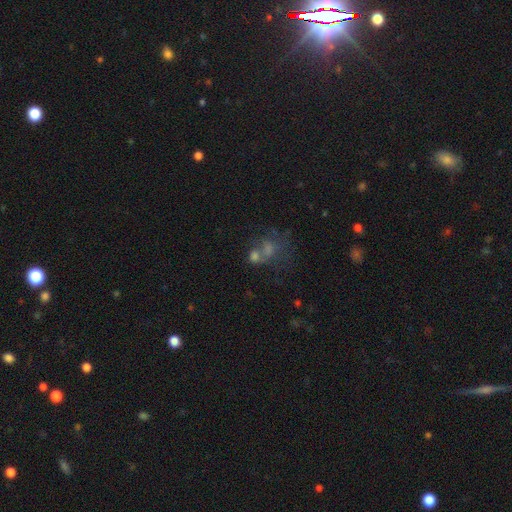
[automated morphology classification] Q: Smooth or featured?
A: smooth (52%); runner-up: featured or disk (26%)
Q: How rounded?
A: in between (50%); runner-up: round (48%)
Q: Merging?
A: merger (49%); runner-up: none (26%)